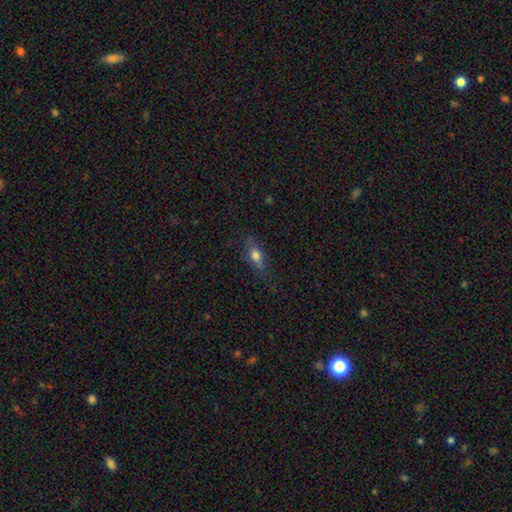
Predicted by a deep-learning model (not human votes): This is likely a smooth galaxy (70%). How rounded: likely in between (72%). Merging: likely none (73%).